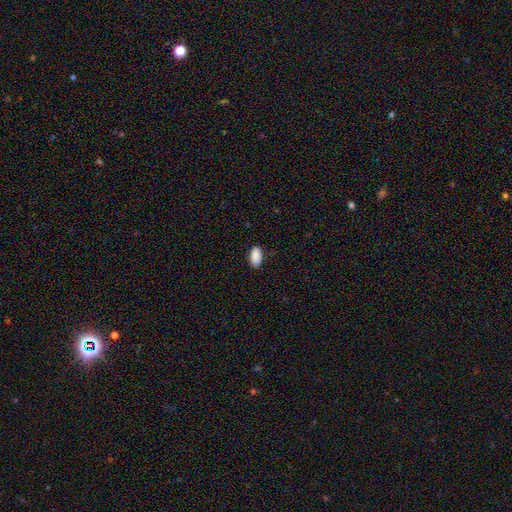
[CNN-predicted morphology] This is clearly a smooth galaxy (90%). How rounded: clearly in between (94%). Merging: clearly none (86%).